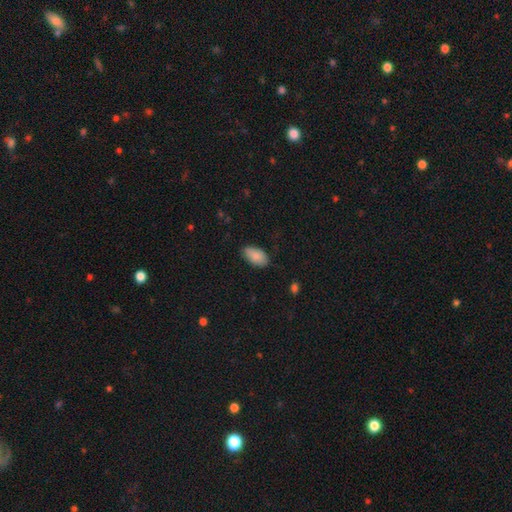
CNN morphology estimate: This appears to be a smooth galaxy with no disk features (86%) that is in between round and cigar-shaped (94%). Merging: none (80%).